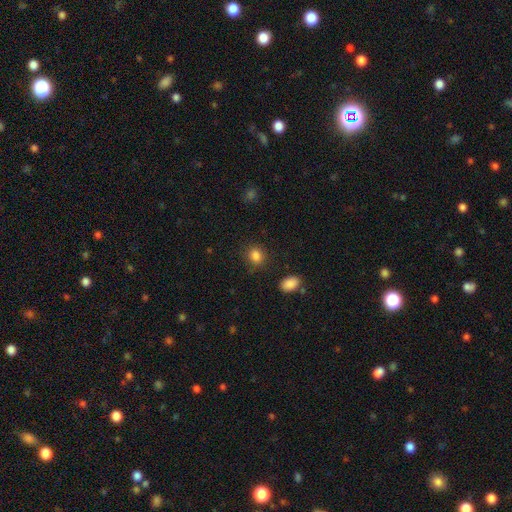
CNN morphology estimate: Smooth or featured: smooth — 86% (star or artifact — 10%)
How rounded: round — 62% (in between — 37%)
Merging: none — 84% (minor disturbance — 11%)